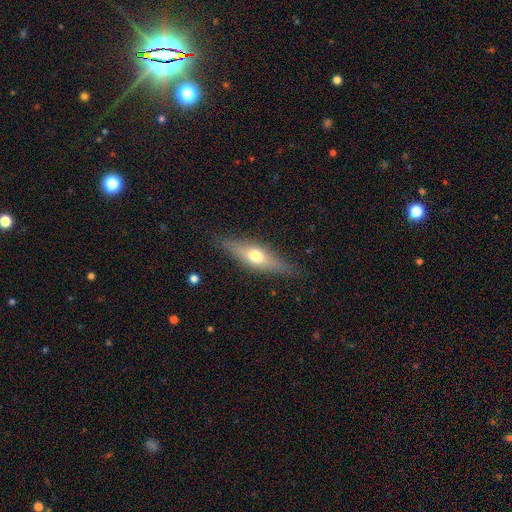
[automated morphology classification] Smooth or featured?
  - smooth: 49% *
  - featured or disk: 44%
  - star or artifact: 7%
Merging?
  - none: 83% *
  - minor disturbance: 12%
  - major disturbance: 3%
  - merger: 1%